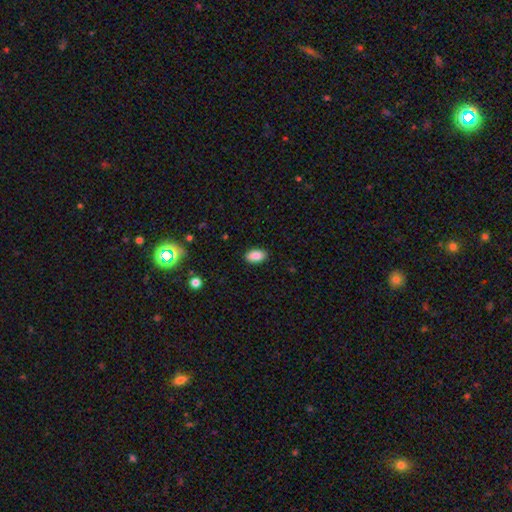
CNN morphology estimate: This appears to be a smooth galaxy with no disk features (87%) that is in between round and cigar-shaped (92%). Merging: none (89%).